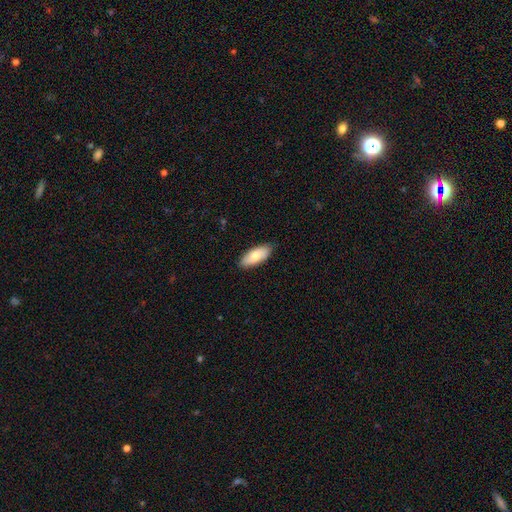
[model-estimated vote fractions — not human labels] Smooth or featured?
  - smooth: 79% *
  - featured or disk: 16%
  - star or artifact: 5%
How rounded?
  - in between: 84% *
  - cigar-shaped: 14%
  - round: 2%
Merging?
  - none: 86% *
  - minor disturbance: 11%
  - major disturbance: 2%
  - merger: 1%